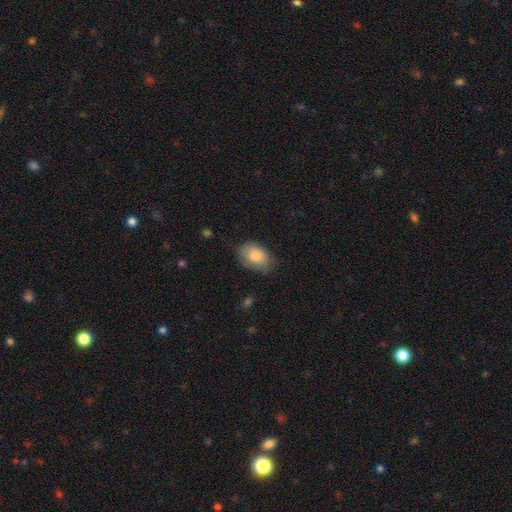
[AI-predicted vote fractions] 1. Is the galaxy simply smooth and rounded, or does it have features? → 80% smooth, 14% featured or disk, 6% star or artifact.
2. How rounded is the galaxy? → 87% in between, 12% round, 1% cigar-shaped.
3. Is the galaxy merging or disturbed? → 70% none, 23% minor disturbance, 5% major disturbance, 1% merger.